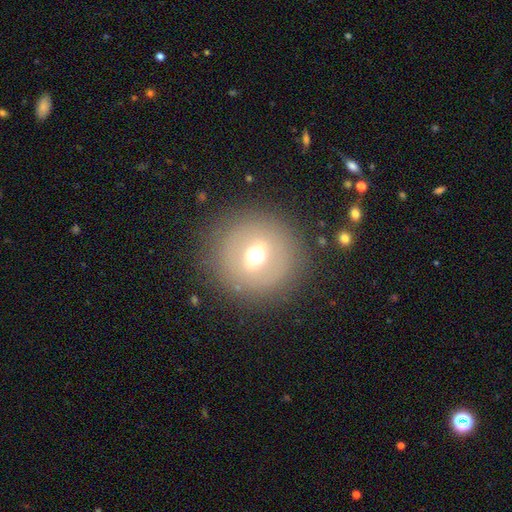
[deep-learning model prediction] Smooth or featured: smooth — 47% (featured or disk — 38%)
Merging: none — 85% (minor disturbance — 8%)